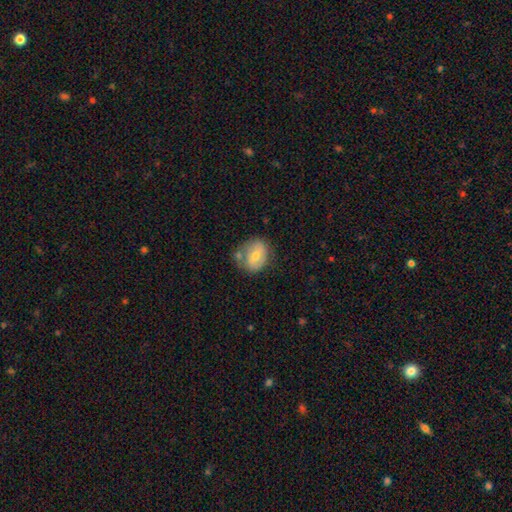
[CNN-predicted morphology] Smooth or featured? smooth (61%)
How rounded? in between (50%)
Merging? none (57%)